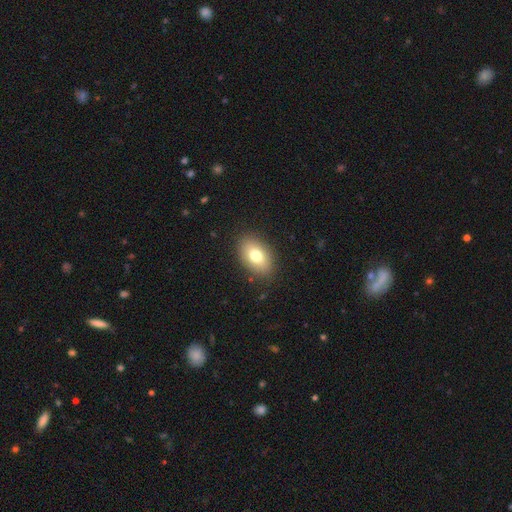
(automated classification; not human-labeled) A smooth galaxy with no disk features (77%) that is in between round and cigar-shaped (87%). Merging: none (86%).